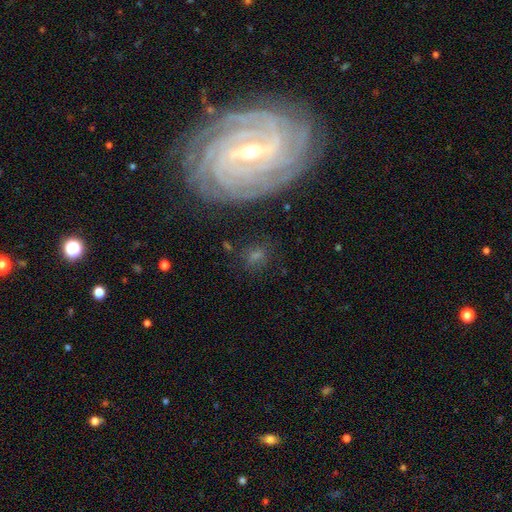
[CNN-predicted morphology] Overall: smooth (51%; featured or disk 26%). How rounded: in between (50%; round 46%). Merging: none (72%).